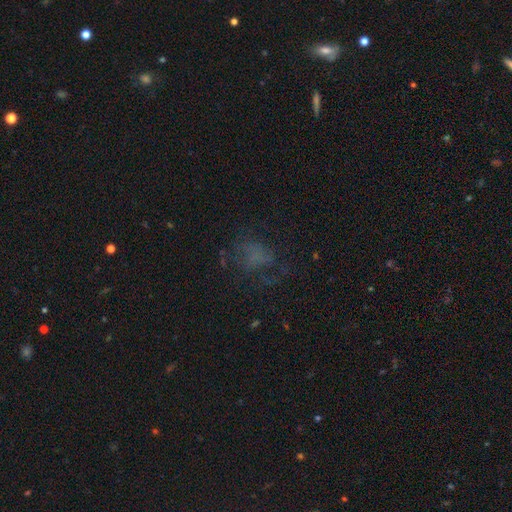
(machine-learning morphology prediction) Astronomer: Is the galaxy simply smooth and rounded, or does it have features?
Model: smooth — 39% (runner-up: featured or disk, 35%).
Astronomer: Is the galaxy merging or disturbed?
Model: none — 49% (runner-up: major disturbance, 30%).